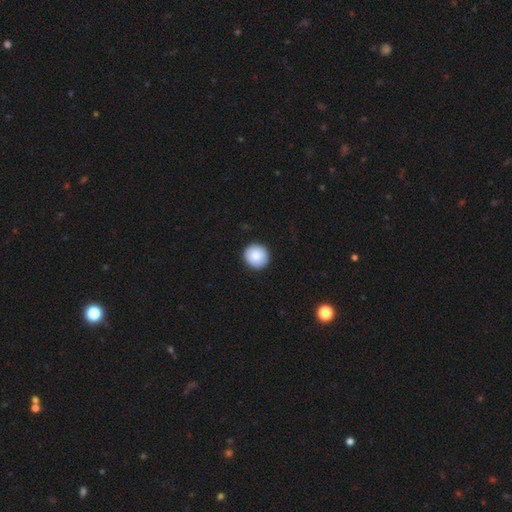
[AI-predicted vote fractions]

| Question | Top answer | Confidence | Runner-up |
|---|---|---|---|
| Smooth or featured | smooth | 88% | star or artifact (7%) |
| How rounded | round | 93% | in between (6%) |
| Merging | none | 92% | minor disturbance (5%) |